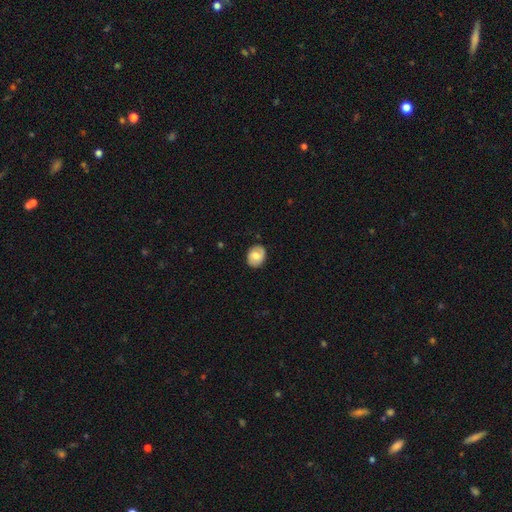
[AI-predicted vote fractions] This is likely a smooth galaxy (63%). How rounded: possibly round (54%). Merging: clearly none (82%).